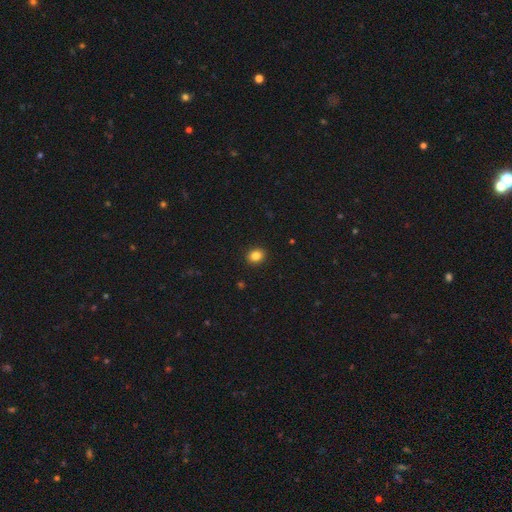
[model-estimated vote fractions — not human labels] smooth 85%, star or artifact 10%, featured or disk 4%. Down the decision tree: how rounded — round (65%); merging — none (92%).